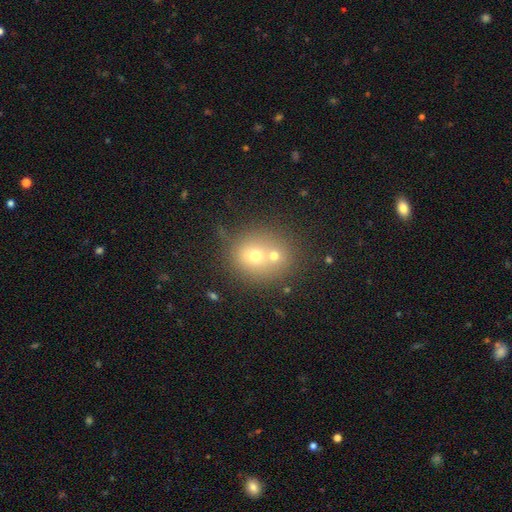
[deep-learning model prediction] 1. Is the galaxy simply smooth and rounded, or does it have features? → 62% smooth, 21% featured or disk, 16% star or artifact.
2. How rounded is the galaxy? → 77% round, 22% in between, 1% cigar-shaped.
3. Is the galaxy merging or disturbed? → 48% merger, 40% none, 8% minor disturbance, 3% major disturbance.